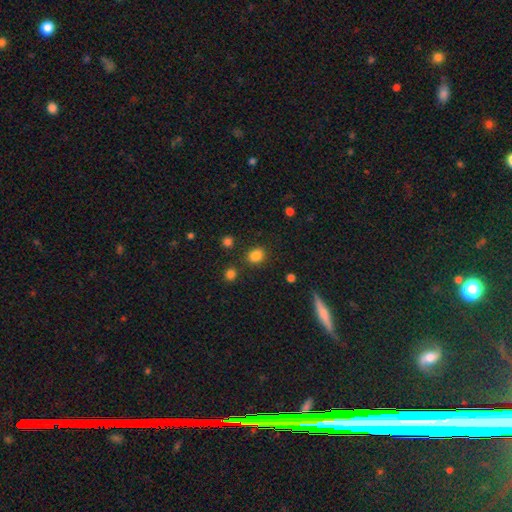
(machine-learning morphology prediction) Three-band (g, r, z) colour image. It shows a smooth galaxy with no disk features (84%) that is round (64%). Merging: none (83%).